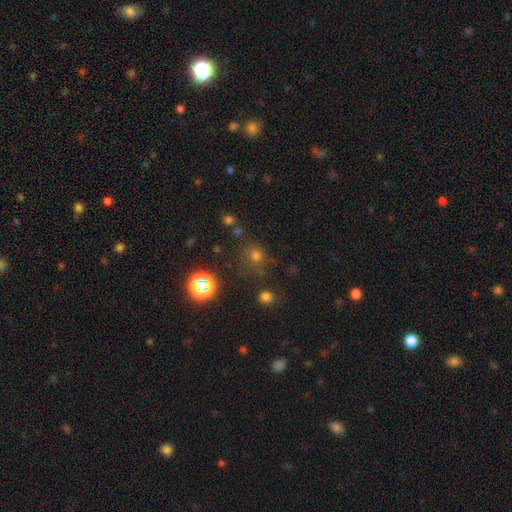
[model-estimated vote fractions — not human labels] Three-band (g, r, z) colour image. It shows a smooth galaxy with no disk features (56%) that is round (90%). Merging: none (78%).